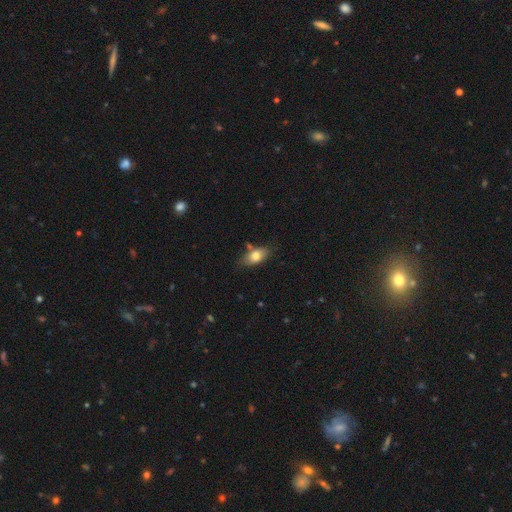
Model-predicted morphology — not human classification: smooth 76%, featured or disk 16%, star or artifact 7%. Down the decision tree: how rounded — in between (87%); merging — none (73%).